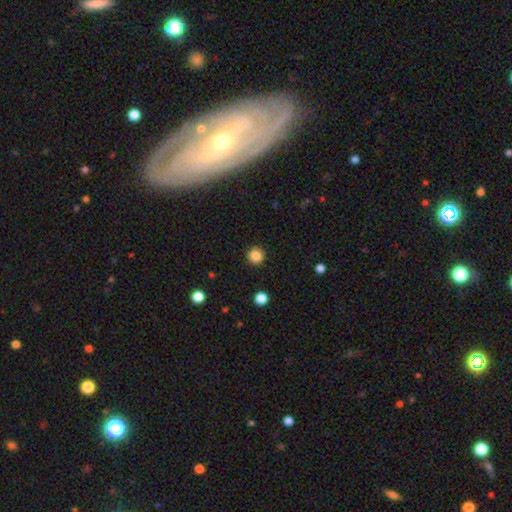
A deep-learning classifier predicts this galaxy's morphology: This is clearly a smooth galaxy (85%). How rounded: clearly round (91%). Merging: clearly none (91%).